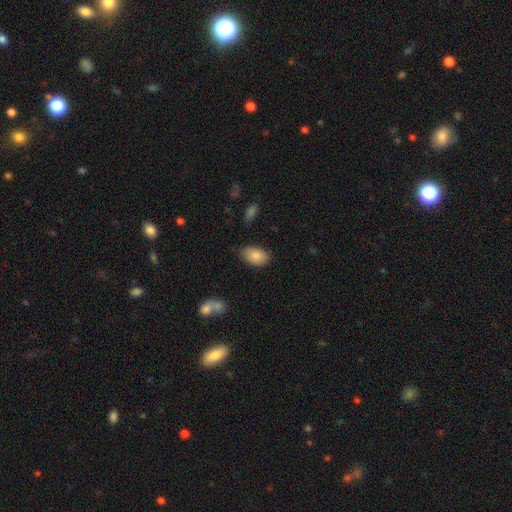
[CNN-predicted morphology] Smooth or featured?
  - smooth: 86% *
  - featured or disk: 8%
  - star or artifact: 7%
How rounded?
  - in between: 91% *
  - round: 8%
  - cigar-shaped: 1%
Merging?
  - none: 80% *
  - minor disturbance: 15%
  - major disturbance: 3%
  - merger: 2%